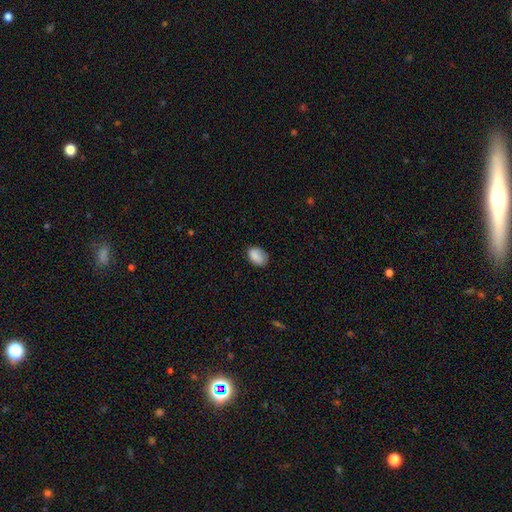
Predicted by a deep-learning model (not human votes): Overall: smooth (86%). How rounded: in between (80%). Merging: none (75%).